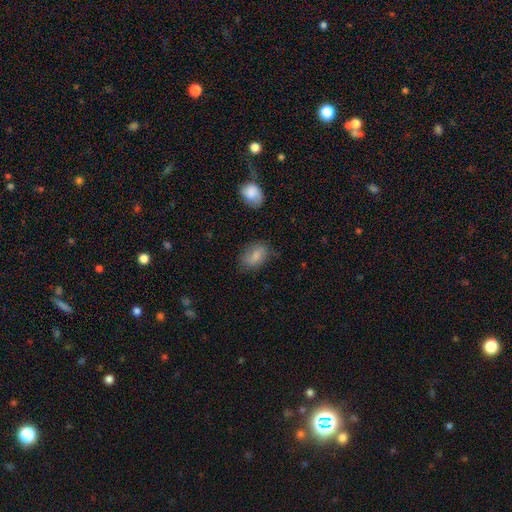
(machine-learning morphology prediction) A smooth galaxy with no disk features (74%) that is in between round and cigar-shaped (84%). Merging: none (70%).